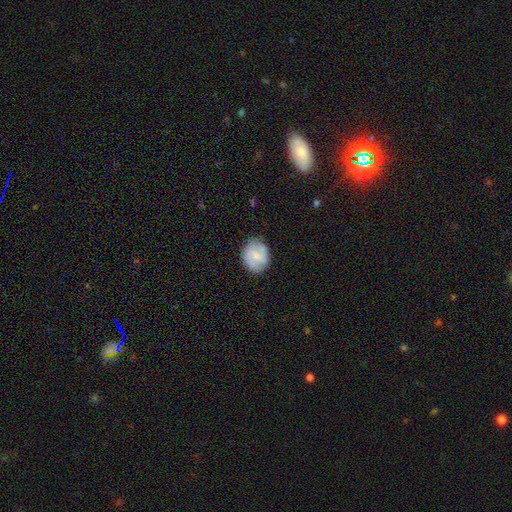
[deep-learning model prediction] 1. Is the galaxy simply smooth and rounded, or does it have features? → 51% smooth, 42% featured or disk, 7% star or artifact.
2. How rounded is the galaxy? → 62% round, 37% in between, 1% cigar-shaped.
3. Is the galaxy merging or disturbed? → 77% none, 17% minor disturbance, 4% major disturbance, 1% merger.